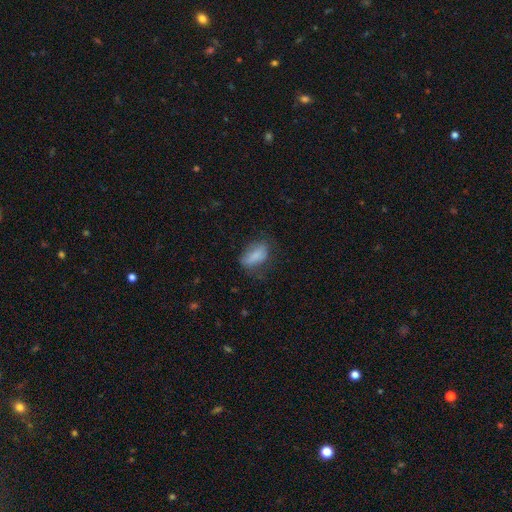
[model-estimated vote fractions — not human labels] A smooth galaxy with no disk features (79%) that is in between round and cigar-shaped (87%). Merging: none (55%).